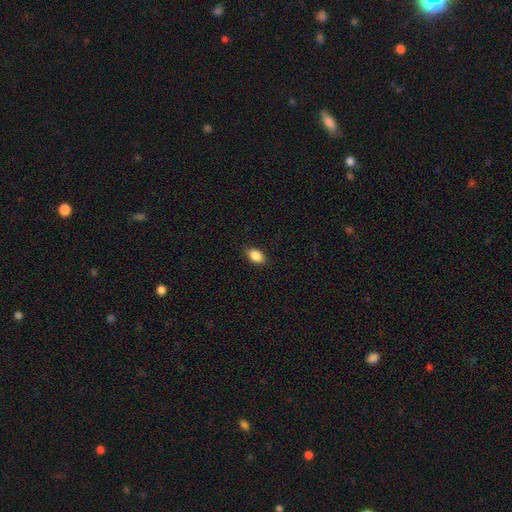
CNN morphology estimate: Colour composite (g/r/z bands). It shows a smooth galaxy with no disk features (87%) that is in between round and cigar-shaped (87%). Merging: none (85%).